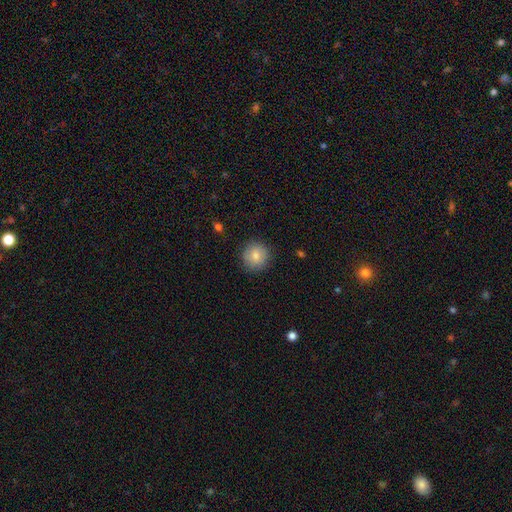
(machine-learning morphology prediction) Smooth or featured: smooth — 81% (featured or disk — 10%)
How rounded: round — 94% (in between — 5%)
Merging: none — 89% (minor disturbance — 8%)